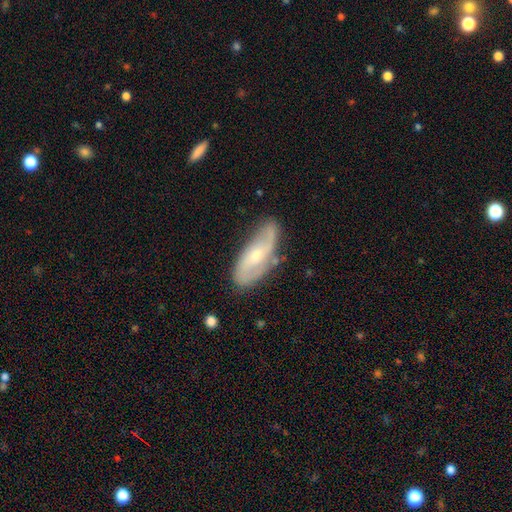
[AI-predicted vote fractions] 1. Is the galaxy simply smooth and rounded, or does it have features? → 69% featured or disk, 25% smooth, 6% star or artifact.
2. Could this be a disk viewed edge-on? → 89% no, 11% yes.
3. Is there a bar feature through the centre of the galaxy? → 53% no, 36% weak, 10% strong.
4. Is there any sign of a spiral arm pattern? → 87% yes, 13% no.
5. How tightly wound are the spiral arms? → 40% medium, 37% loose, 23% tight.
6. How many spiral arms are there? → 76% 2, 14% can't tell, 5% 1, 2% 3, 1% 4, 1% more than 4.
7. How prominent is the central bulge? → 51% small, 44% moderate, 2% large, 2% none, 1% dominant.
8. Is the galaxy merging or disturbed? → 68% none, 22% minor disturbance, 6% major disturbance, 3% merger.